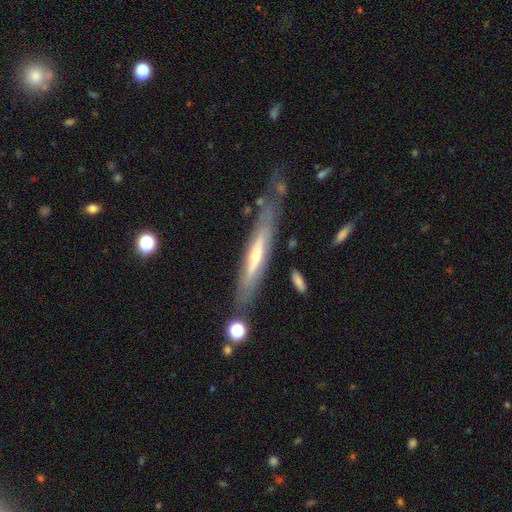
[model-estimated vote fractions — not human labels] A featured or disk galaxy (71%) viewed edge-on (72%) with a rounded central bulge (65%). Merging: none (68%).